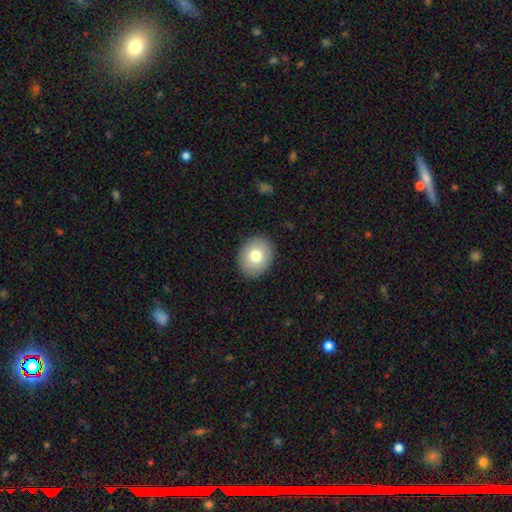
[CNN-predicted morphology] Smooth or featured? Predicted: smooth (p=0.78). How rounded? Predicted: round (p=0.59). Merging? Predicted: none (p=0.89).